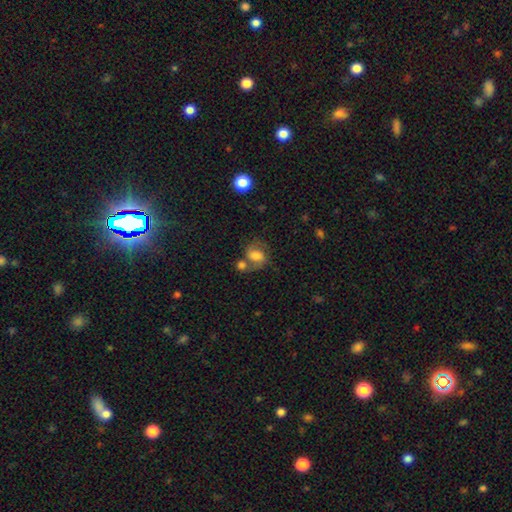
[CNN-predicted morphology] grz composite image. It shows a smooth galaxy with no disk features (57%) that is round (49%, tied with in between). Merging: none (41%).